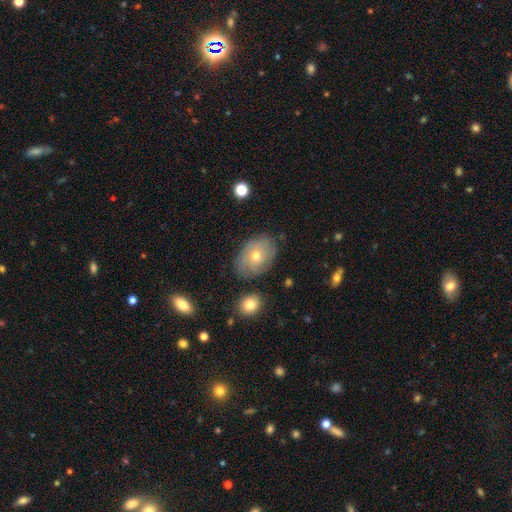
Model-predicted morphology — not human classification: A featured or disk galaxy (50%).

Vote fractions:
- Smooth or featured? featured or disk: 50% / smooth: 41% / star or artifact: 9%
- Merging? none: 75% / minor disturbance: 18% / major disturbance: 5% / merger: 2%